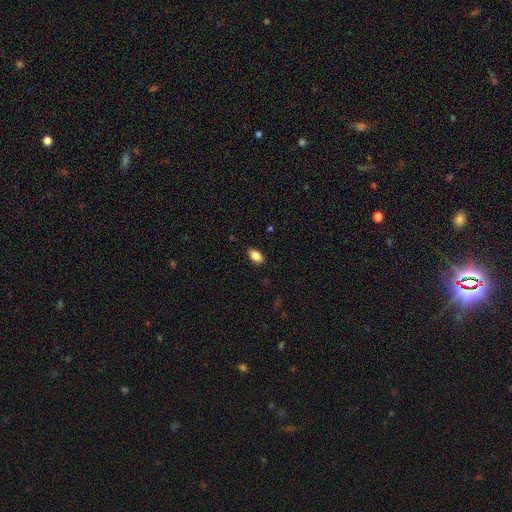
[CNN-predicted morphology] A smooth galaxy with no disk features (85%) that is in between round and cigar-shaped (91%).

Vote fractions:
- Smooth or featured? smooth: 85% / star or artifact: 8% / featured or disk: 7%
- How rounded? in between: 91% / round: 6% / cigar-shaped: 3%
- Merging? none: 86% / minor disturbance: 11% / major disturbance: 2% / merger: 1%